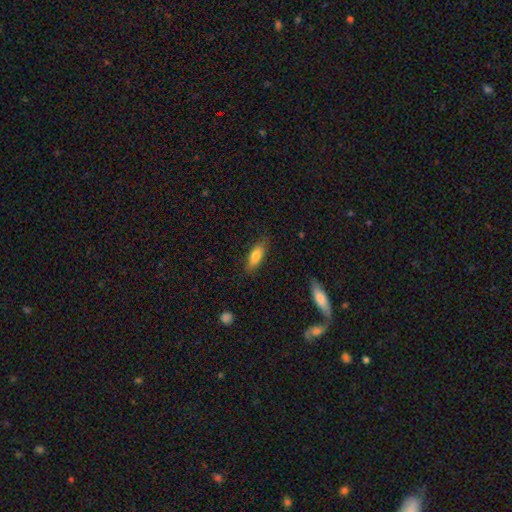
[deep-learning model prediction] Smooth or featured? smooth (78%)
How rounded? in between (65%)
Merging? none (82%)